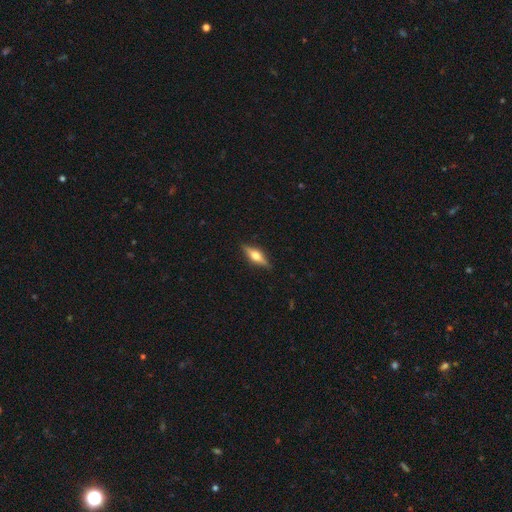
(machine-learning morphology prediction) Smooth or featured? Predicted: featured or disk (p=0.66). Edge-on disk? Predicted: yes (p=0.96). Edge-on bulge? Predicted: rounded (p=0.94). Merging? Predicted: none (p=0.89).